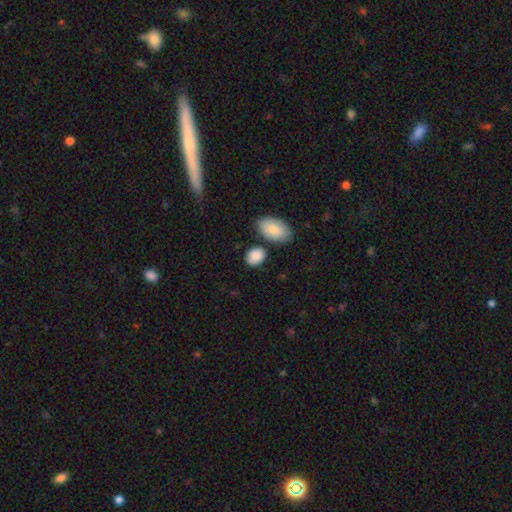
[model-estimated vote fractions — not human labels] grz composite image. It shows a smooth galaxy with no disk features (88%) that is in between round and cigar-shaped (71%). Merging: none (71%).